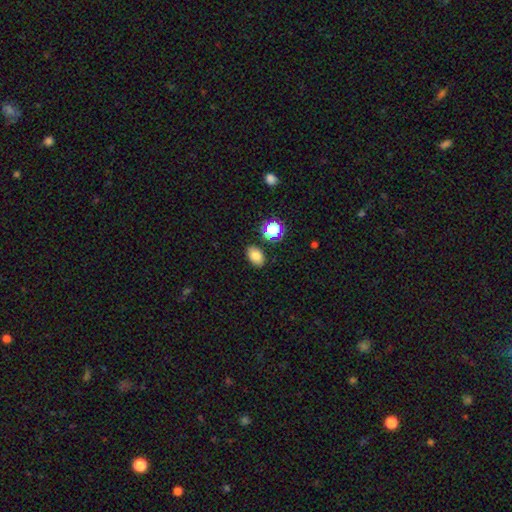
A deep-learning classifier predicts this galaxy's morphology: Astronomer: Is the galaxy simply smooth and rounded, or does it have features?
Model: smooth — 77%.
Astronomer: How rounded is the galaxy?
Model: in between — 83%.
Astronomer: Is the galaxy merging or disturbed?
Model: none — 84%.